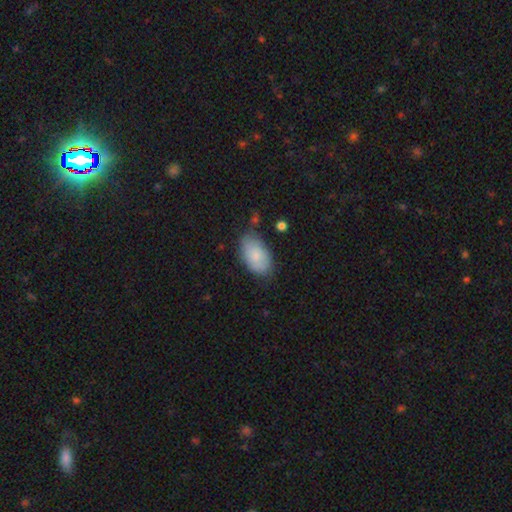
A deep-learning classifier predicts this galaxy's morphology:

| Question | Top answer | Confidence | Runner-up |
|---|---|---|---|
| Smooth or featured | smooth | 81% | featured or disk (12%) |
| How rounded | in between | 93% | round (5%) |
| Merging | none | 67% | minor disturbance (25%) |